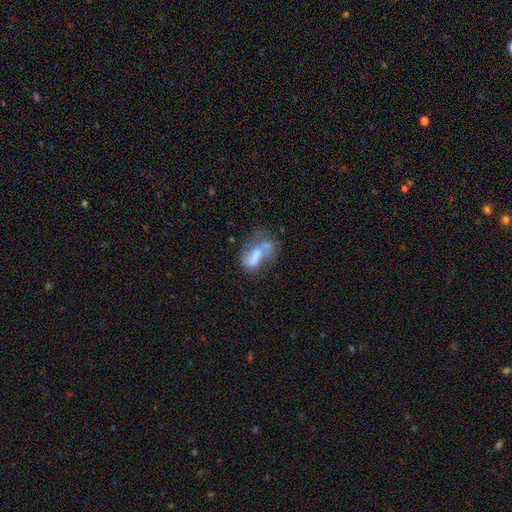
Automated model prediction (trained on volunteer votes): Smooth or featured? featured or disk (46%)
Merging? major disturbance (30%)